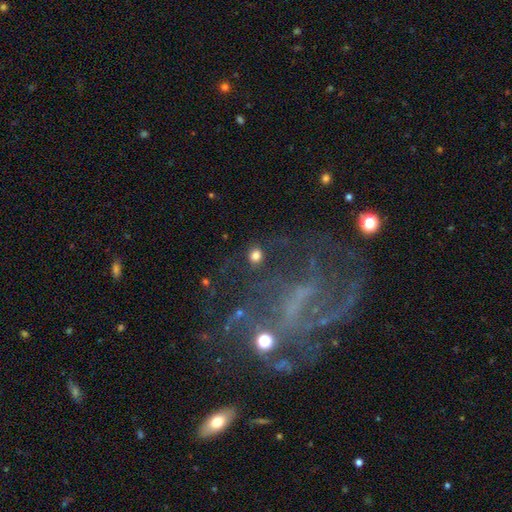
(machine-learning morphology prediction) Overall: smooth (77%). How rounded: round (78%). Merging: none (80%).